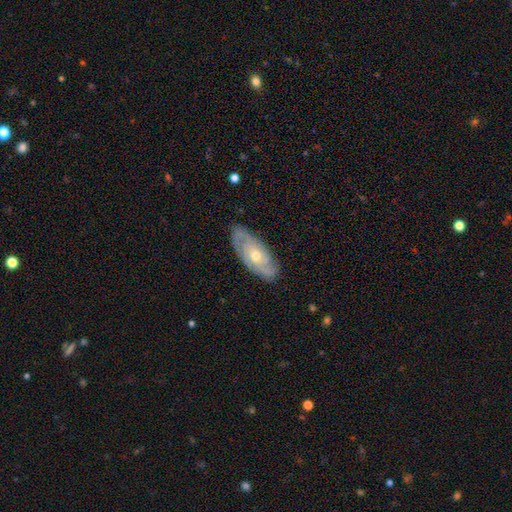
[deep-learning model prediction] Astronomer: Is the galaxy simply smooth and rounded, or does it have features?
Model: featured or disk — 81%.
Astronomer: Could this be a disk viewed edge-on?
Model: no — 90%.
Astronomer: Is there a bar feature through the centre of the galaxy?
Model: no — 74%.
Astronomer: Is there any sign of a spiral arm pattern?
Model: yes — 92%.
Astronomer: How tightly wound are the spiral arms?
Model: tight — 63%.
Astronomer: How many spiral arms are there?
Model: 2 — 39% (runner-up: can't tell, 27%).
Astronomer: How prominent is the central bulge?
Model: moderate — 58% (runner-up: small, 39%).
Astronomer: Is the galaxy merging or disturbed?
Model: none — 81%.